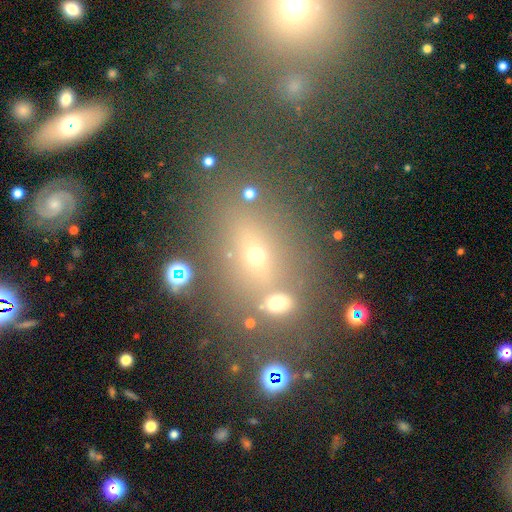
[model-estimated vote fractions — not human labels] This is marginally a star or artifact rather than a galaxy (42%).